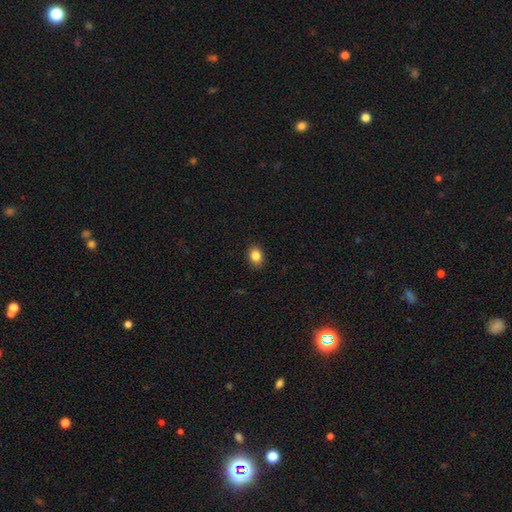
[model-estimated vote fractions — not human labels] Q: Smooth or featured?
A: smooth (85%); runner-up: star or artifact (10%)
Q: How rounded?
A: in between (61%); runner-up: round (38%)
Q: Merging?
A: none (89%); runner-up: minor disturbance (8%)